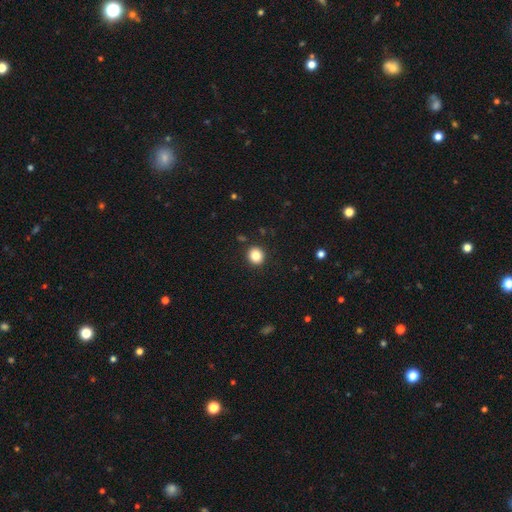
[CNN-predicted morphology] smooth-or-featured: smooth: 85% | star or artifact: 10% | featured or disk: 5%
  how-rounded: round: 84% | in between: 15% | cigar-shaped: 1%
  merging: none: 91% | minor disturbance: 6% | major disturbance: 2% | merger: 1%